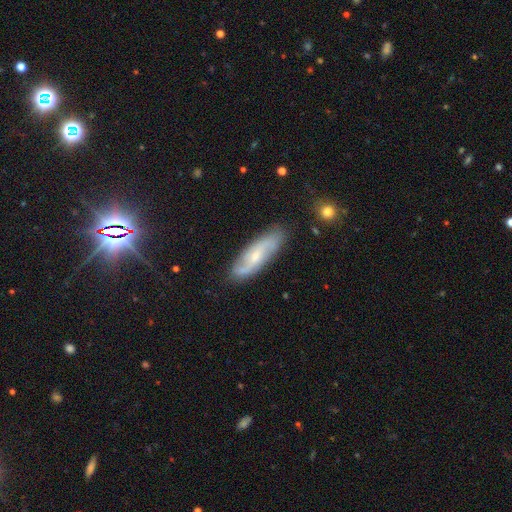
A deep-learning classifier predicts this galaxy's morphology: smooth-or-featured: featured or disk: 66% | smooth: 27% | star or artifact: 7%
  disk-edge-on: no: 84% | yes: 16%
    bar: no: 50% | weak: 42% | strong: 8%
    has-spiral-arms: yes: 92% | no: 8%
      spiral-winding: medium: 41% | loose: 38% | tight: 21%
      spiral-arm-count: 2: 78% | can't tell: 14% | 3: 3% | 1: 2% | 4: 1% | more than 4: 1%
    bulge-size: small: 54% | moderate: 37% | none: 5% | large: 3% | dominant: 1%
  merging: none: 81% | minor disturbance: 14% | major disturbance: 3% | merger: 2%